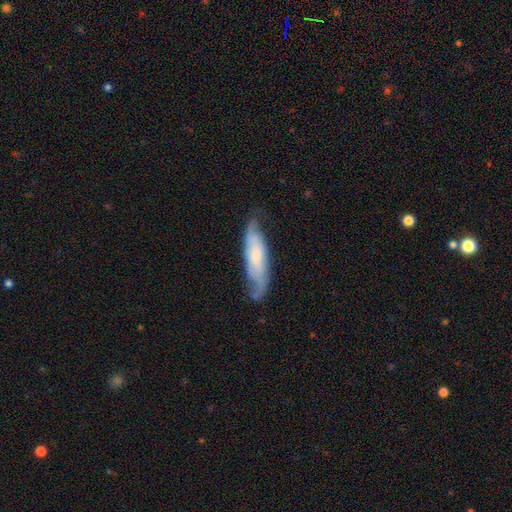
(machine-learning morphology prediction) smooth_or_featured: featured or disk (p=0.62) [alt: smooth p=0.32]
disk_edge_on: no (p=0.72) [alt: yes p=0.28]
merging: none (p=0.66) [alt: minor disturbance p=0.24]